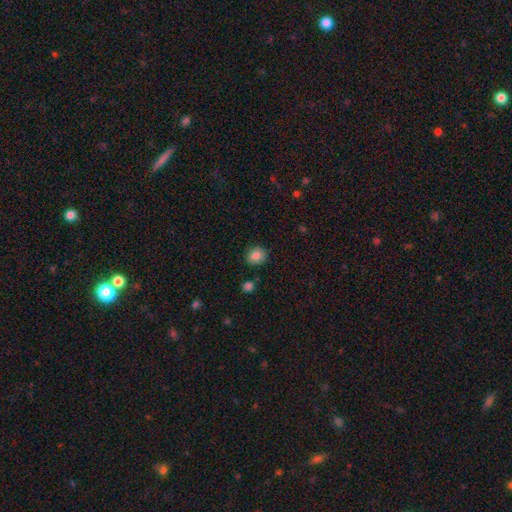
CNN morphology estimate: Overall: smooth (85%). How rounded: round (73%). Merging: none (85%).